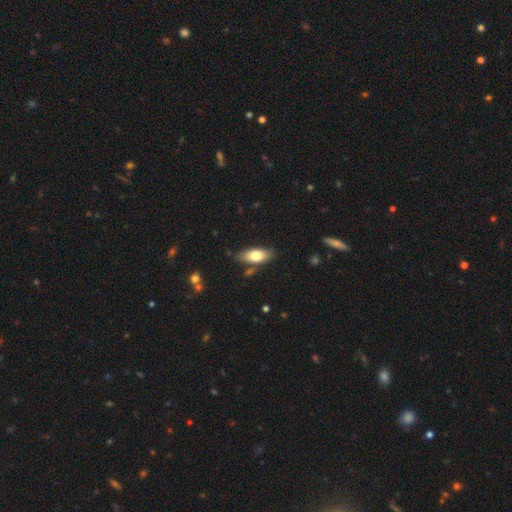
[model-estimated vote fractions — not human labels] Q: Smooth or featured?
A: smooth (73%); runner-up: featured or disk (21%)
Q: How rounded?
A: in between (81%); runner-up: cigar-shaped (16%)
Q: Merging?
A: none (77%); runner-up: minor disturbance (15%)